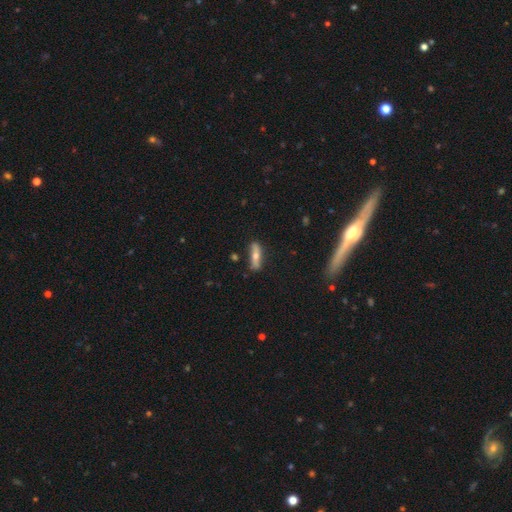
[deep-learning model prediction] Q: Smooth or featured?
A: smooth (51%); runner-up: featured or disk (42%)
Q: How rounded?
A: cigar-shaped (63%); runner-up: in between (34%)
Q: Merging?
A: none (81%); runner-up: minor disturbance (14%)